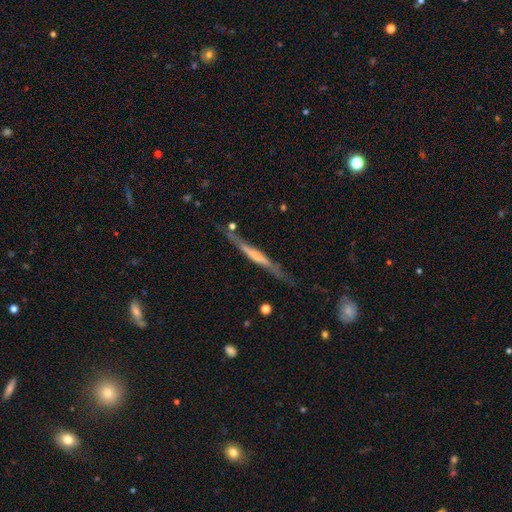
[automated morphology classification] Smooth or featured: featured or disk — 67% (smooth — 28%)
Edge-on disk: yes — 94% (no — 6%)
Edge-on bulge: none — 48% (rounded — 30%)
Merging: none — 73% (minor disturbance — 18%)